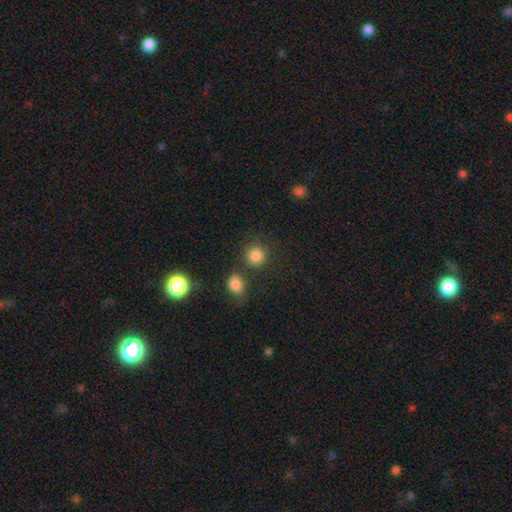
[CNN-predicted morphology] smooth_or_featured: smooth (p=0.83) [alt: star or artifact p=0.12]
how_rounded: round (p=0.87) [alt: in between p=0.12]
merging: none (p=0.72) [alt: merger p=0.14]